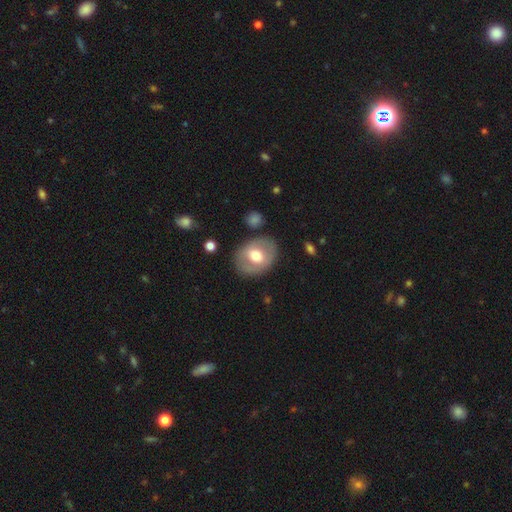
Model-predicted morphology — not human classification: This appears to be a smooth galaxy with no disk features (53%) that is in between round and cigar-shaped (57%). Merging: none (80%).